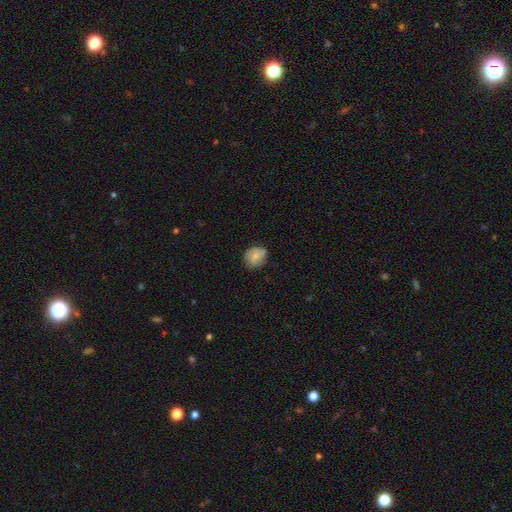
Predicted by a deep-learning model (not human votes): This is likely a smooth galaxy (72%). How rounded: likely round (68%). Merging: likely none (69%).